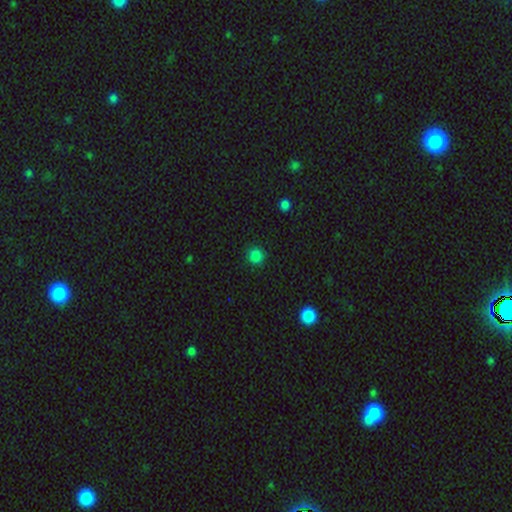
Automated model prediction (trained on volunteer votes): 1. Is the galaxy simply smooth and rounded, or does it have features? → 84% smooth, 13% star or artifact, 3% featured or disk.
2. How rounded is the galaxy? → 93% round, 6% in between, 1% cigar-shaped.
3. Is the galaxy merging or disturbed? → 91% none, 6% minor disturbance, 2% major disturbance, 1% merger.